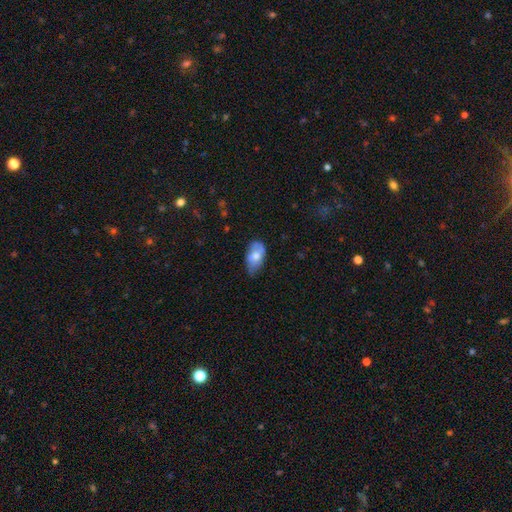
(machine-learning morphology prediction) Smooth or featured? smooth (66%)
How rounded? in between (92%)
Merging? none (47%)